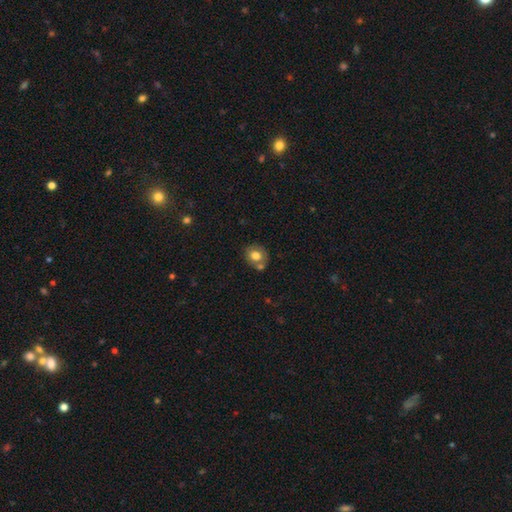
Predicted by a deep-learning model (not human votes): This is likely a smooth galaxy (73%). How rounded: likely round (69%). Merging: possibly none (59%).